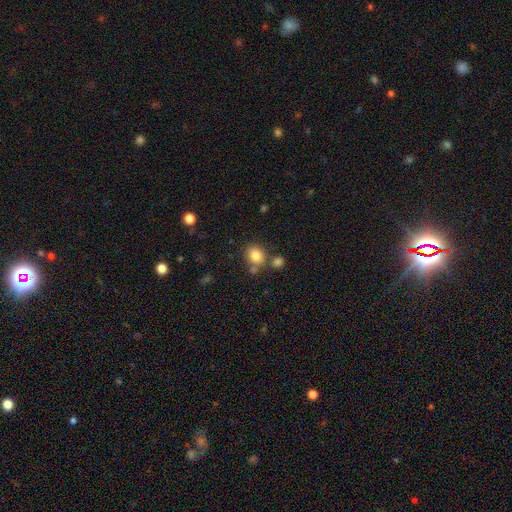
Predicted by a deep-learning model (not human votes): Smooth or featured?
  - smooth: 83% *
  - star or artifact: 11%
  - featured or disk: 7%
How rounded?
  - round: 70% *
  - in between: 29%
  - cigar-shaped: 1%
Merging?
  - none: 67% *
  - merger: 16%
  - minor disturbance: 12%
  - major disturbance: 4%